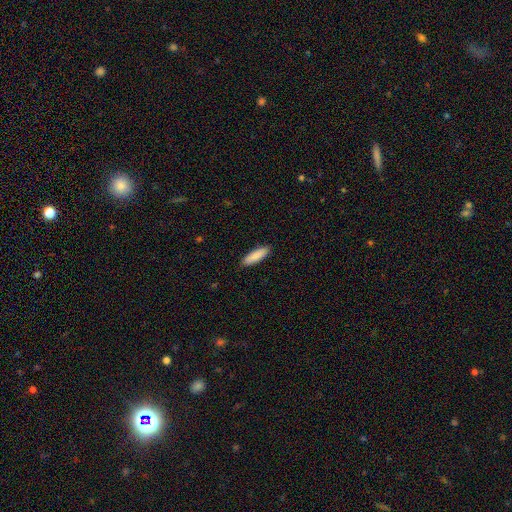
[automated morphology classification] Smooth or featured: smooth — 88% (featured or disk — 7%)
How rounded: cigar-shaped — 63% (in between — 35%)
Merging: none — 90% (minor disturbance — 8%)